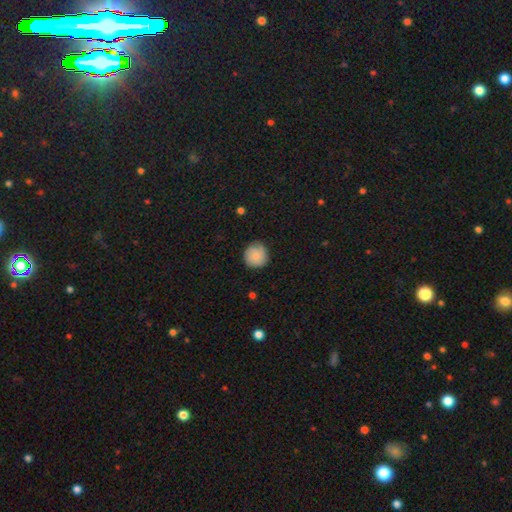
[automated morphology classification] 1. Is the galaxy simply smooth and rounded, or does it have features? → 77% smooth, 16% featured or disk, 7% star or artifact.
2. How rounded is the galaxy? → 92% round, 7% in between, 1% cigar-shaped.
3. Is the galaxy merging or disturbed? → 80% none, 16% minor disturbance, 3% major disturbance, 1% merger.